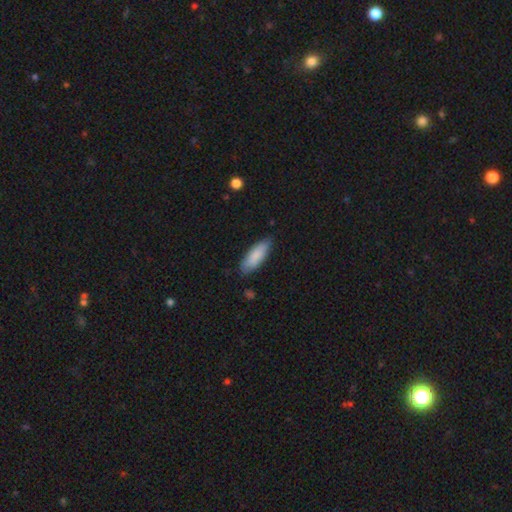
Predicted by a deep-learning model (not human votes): A smooth galaxy with no disk features (86%) that is in between round and cigar-shaped (65%).

Vote fractions:
- Smooth or featured? smooth: 86% / featured or disk: 9% / star or artifact: 5%
- How rounded? in between: 65% / cigar-shaped: 34% / round: 1%
- Merging? none: 81% / minor disturbance: 16% / major disturbance: 2% / merger: 1%